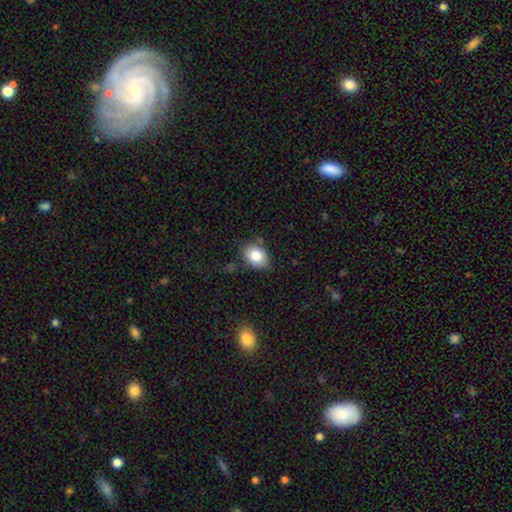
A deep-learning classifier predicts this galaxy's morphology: smooth_or_featured: smooth (p=0.81) [alt: featured or disk p=0.10]
how_rounded: in between (p=0.68) [alt: round p=0.31]
merging: none (p=0.77) [alt: minor disturbance p=0.17]